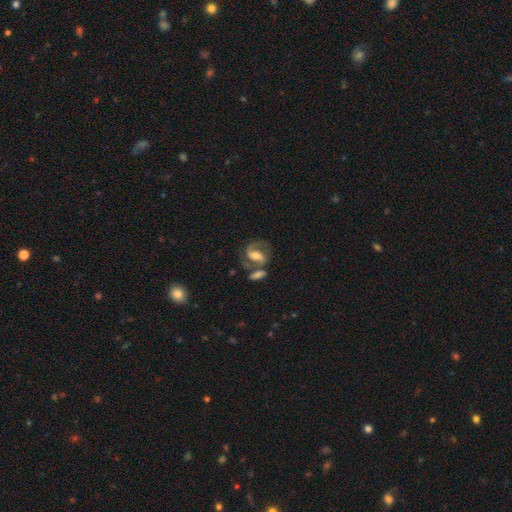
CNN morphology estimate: smooth-or-featured: featured or disk: 75% | smooth: 18% | star or artifact: 7%
  disk-edge-on: no: 95% | yes: 5%
    bar: strong: 37% (tied) | weak: 37% (tied) | no: 26%
    has-spiral-arms: yes: 89% | no: 11%
      spiral-winding: medium: 53% | tight: 25% | loose: 23%
      spiral-arm-count: 2: 82% | 1: 10% | can't tell: 6% | 3: 1% | 4: 1% | more than 4: 1%
    bulge-size: moderate: 62% | small: 20% | large: 13% | none: 3% | dominant: 2%
  merging: none: 47% | merger: 27% | minor disturbance: 15% | major disturbance: 11%